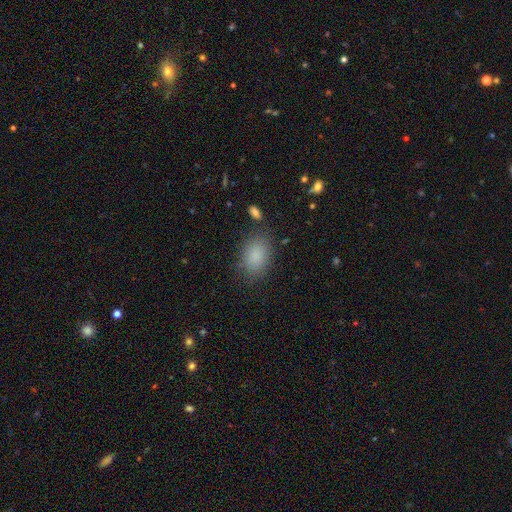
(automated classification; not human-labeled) smooth-or-featured: smooth: 86% | star or artifact: 9% | featured or disk: 5%
  how-rounded: in between: 80% | round: 18% | cigar-shaped: 1%
  merging: none: 81% | minor disturbance: 12% | major disturbance: 4% | merger: 3%